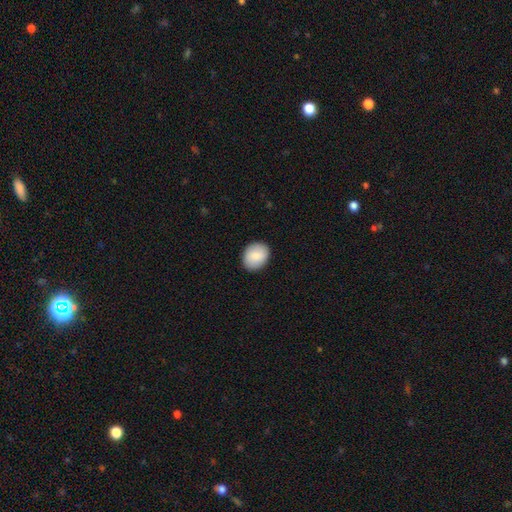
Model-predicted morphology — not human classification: Q: Smooth or featured?
A: smooth (86%); runner-up: featured or disk (8%)
Q: How rounded?
A: round (56%); runner-up: in between (43%)
Q: Merging?
A: none (89%); runner-up: minor disturbance (8%)